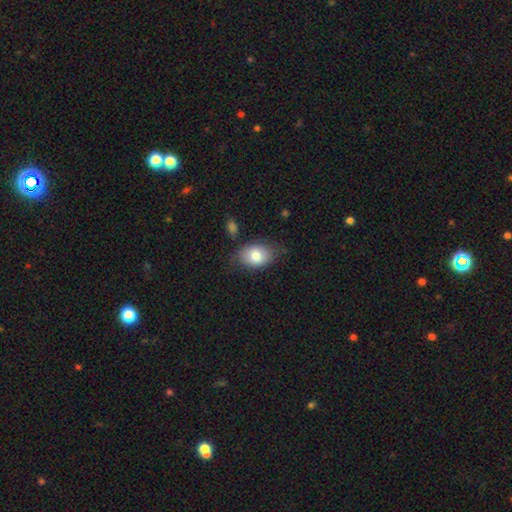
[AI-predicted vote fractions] Smooth or featured: smooth — 80% (featured or disk — 13%)
How rounded: in between — 79% (round — 19%)
Merging: none — 70% (minor disturbance — 21%)